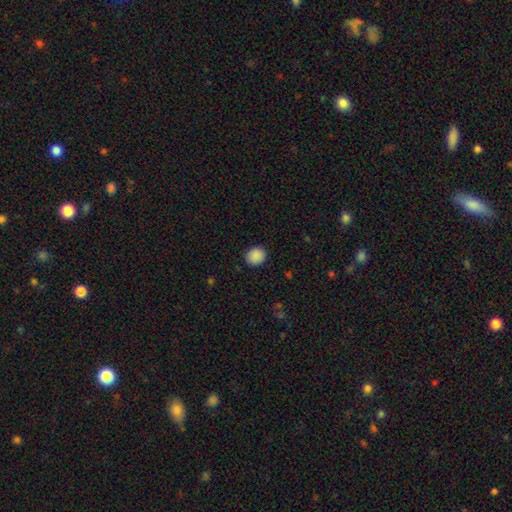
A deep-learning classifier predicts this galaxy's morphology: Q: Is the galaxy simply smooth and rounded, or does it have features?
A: smooth — 89%.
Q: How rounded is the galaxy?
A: round — 76%.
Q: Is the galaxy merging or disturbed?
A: none — 90%.